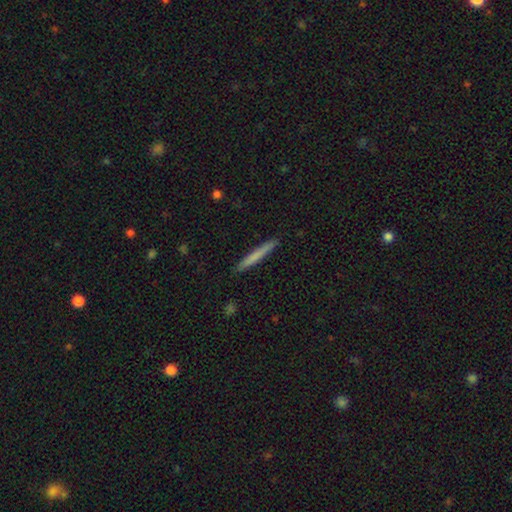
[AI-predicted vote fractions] Smooth or featured?
  - smooth: 70% *
  - featured or disk: 24%
  - star or artifact: 5%
How rounded?
  - cigar-shaped: 97% *
  - in between: 2%
  - round: 1%
Merging?
  - none: 91% *
  - minor disturbance: 6%
  - major disturbance: 1%
  - merger: 1%